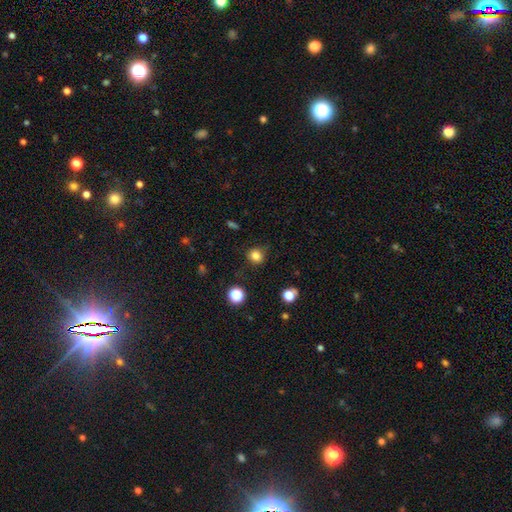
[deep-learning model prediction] This appears to be a smooth galaxy with no disk features (82%) that is round (82%). Merging: none (82%).